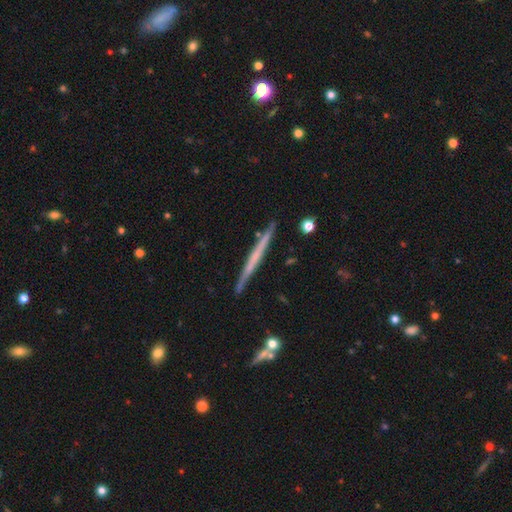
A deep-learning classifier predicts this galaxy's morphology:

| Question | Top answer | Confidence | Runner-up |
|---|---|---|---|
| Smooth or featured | featured or disk | 59% | smooth (35%) |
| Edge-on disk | yes | 97% | no (3%) |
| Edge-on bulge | none | 86% | rounded (9%) |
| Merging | none | 89% | minor disturbance (8%) |